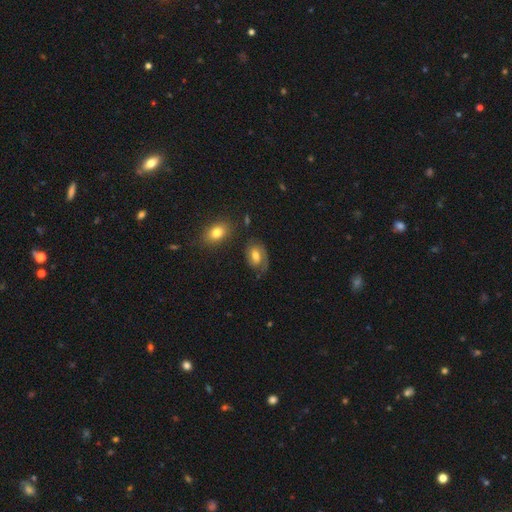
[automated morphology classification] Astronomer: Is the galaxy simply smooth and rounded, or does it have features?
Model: featured or disk — 52% (runner-up: smooth, 39%).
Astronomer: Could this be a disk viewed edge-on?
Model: no — 95%.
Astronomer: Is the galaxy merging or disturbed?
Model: none — 61%.